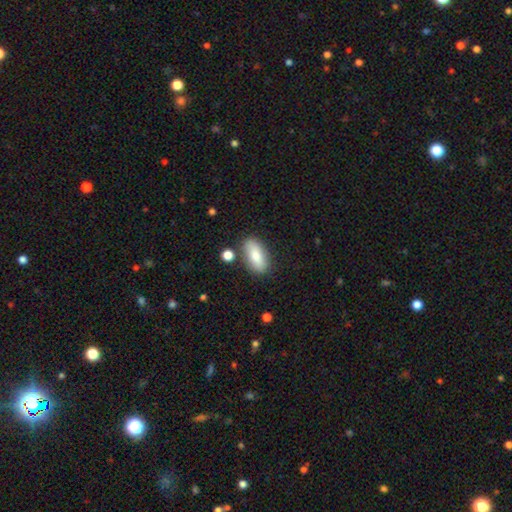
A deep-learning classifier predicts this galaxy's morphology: Q: Smooth or featured?
A: smooth (78%); runner-up: featured or disk (16%)
Q: How rounded?
A: in between (88%); runner-up: cigar-shaped (8%)
Q: Merging?
A: none (79%); runner-up: minor disturbance (12%)